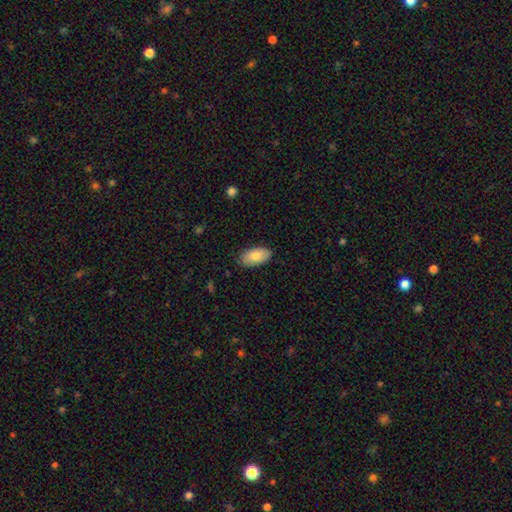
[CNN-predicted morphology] A smooth galaxy with no disk features (80%) that is in between round and cigar-shaped (95%). Merging: none (86%).